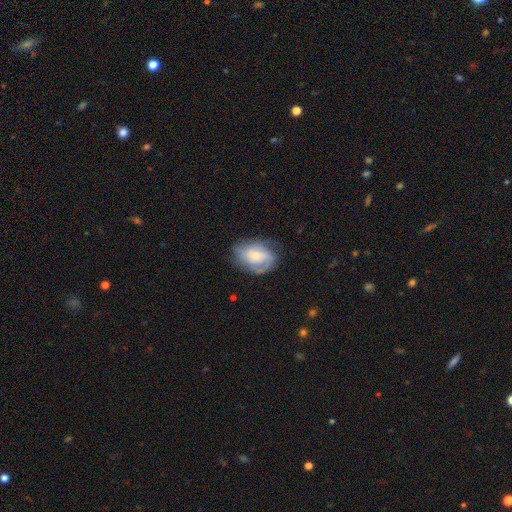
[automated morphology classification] featured or disk 56%, smooth 37%, star or artifact 7%. Down the decision tree: edge-on disk — no (97%); bar — no (65%); spiral arms — yes (83%); bulge size — small (43%); merging — none (62%).